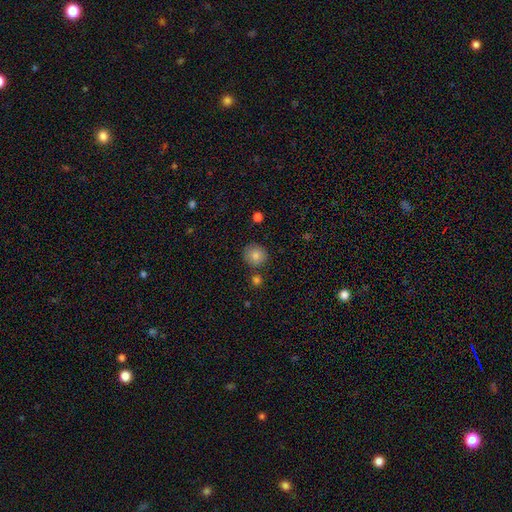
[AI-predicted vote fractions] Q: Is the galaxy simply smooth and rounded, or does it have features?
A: smooth — 83%.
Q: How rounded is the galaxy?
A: round — 89%.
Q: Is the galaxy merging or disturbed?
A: none — 81%.